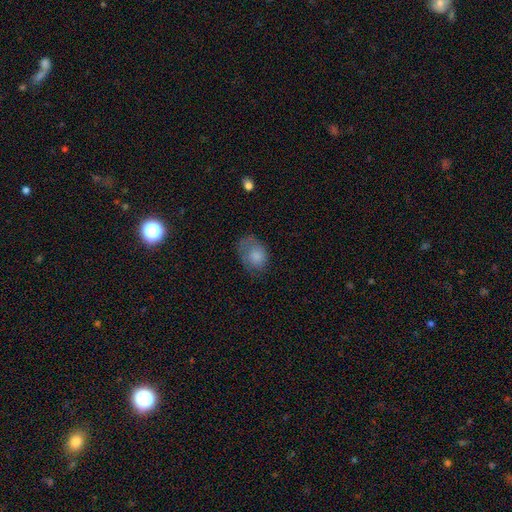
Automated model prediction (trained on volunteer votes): This is likely a smooth galaxy (74%). How rounded: likely in between (68%). Merging: possibly none (47%).